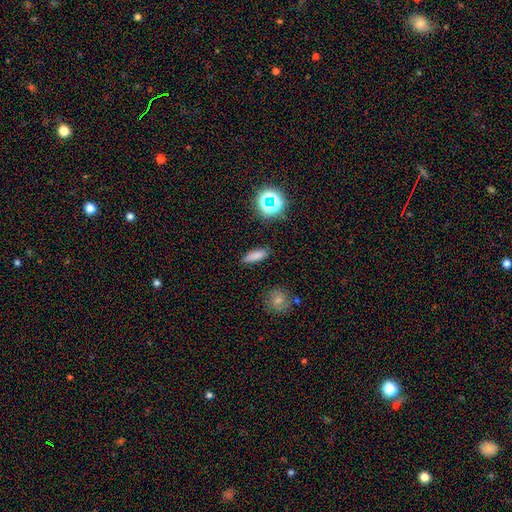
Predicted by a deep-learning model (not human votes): Q: Smooth or featured?
A: smooth (78%); runner-up: star or artifact (15%)
Q: How rounded?
A: in between (53%); runner-up: cigar-shaped (42%)
Q: Merging?
A: none (86%); runner-up: minor disturbance (9%)